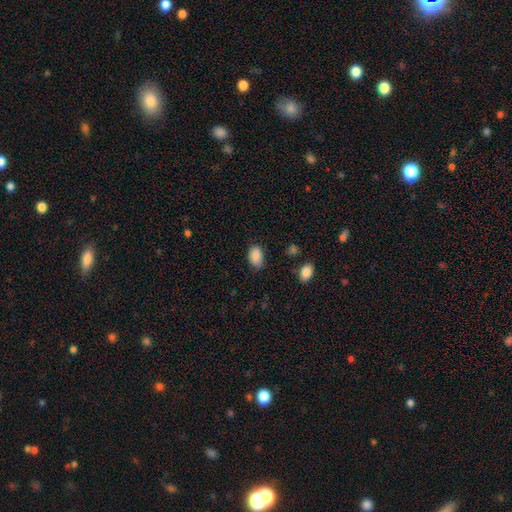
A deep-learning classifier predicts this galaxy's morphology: Q: Smooth or featured?
A: smooth (88%); runner-up: star or artifact (7%)
Q: How rounded?
A: in between (88%); runner-up: round (10%)
Q: Merging?
A: none (74%); runner-up: minor disturbance (21%)